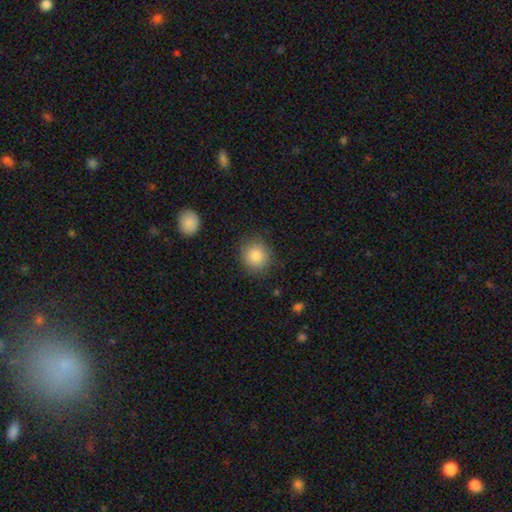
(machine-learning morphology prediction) A smooth galaxy with no disk features (83%) that is round (87%). Merging: none (84%).